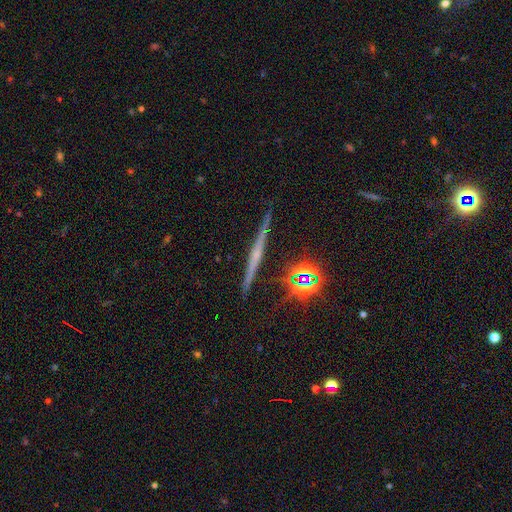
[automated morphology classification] This is likely a featured or disk galaxy (66%). It is clearly viewed edge-on (97%). Edge-on bulge: possibly rounded (46%). Merging: clearly none (89%).